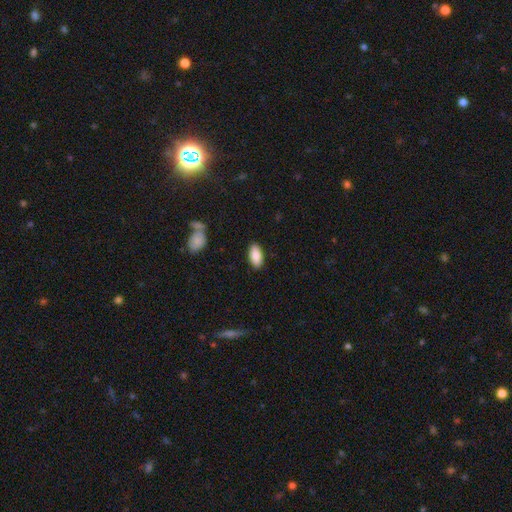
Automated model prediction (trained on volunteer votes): smooth_or_featured: smooth (p=0.87) [alt: featured or disk p=0.06]
how_rounded: in between (p=0.92) [alt: cigar-shaped p=0.06]
merging: none (p=0.88) [alt: minor disturbance p=0.08]